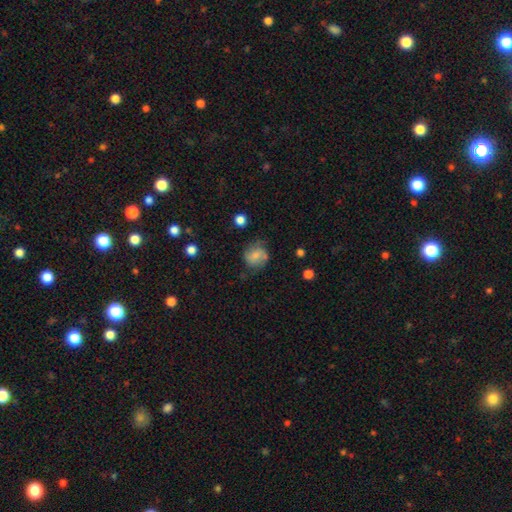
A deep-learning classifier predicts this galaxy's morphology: type=smooth (59%); roundness=round (78%); merging=none (66%).